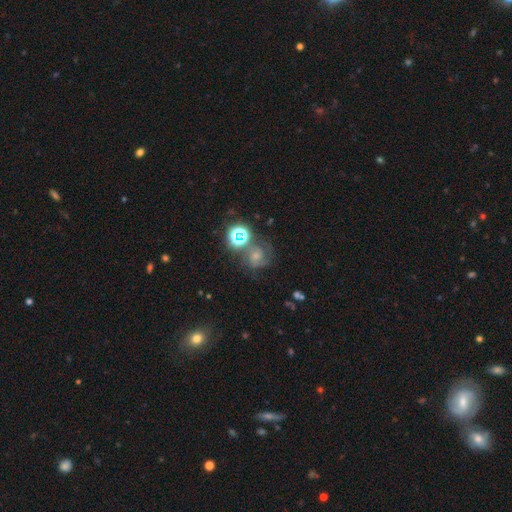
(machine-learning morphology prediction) A featured or disk galaxy (43%).

Vote fractions:
- Smooth or featured? featured or disk: 43% / smooth: 31% / star or artifact: 26%
- Merging? none: 51% / minor disturbance: 19% / major disturbance: 16% / merger: 14%